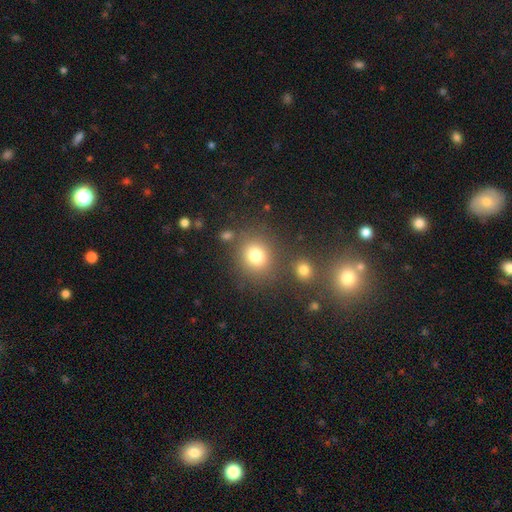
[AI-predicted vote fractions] A smooth galaxy with no disk features (79%) that is round (77%). Merging: none (74%).